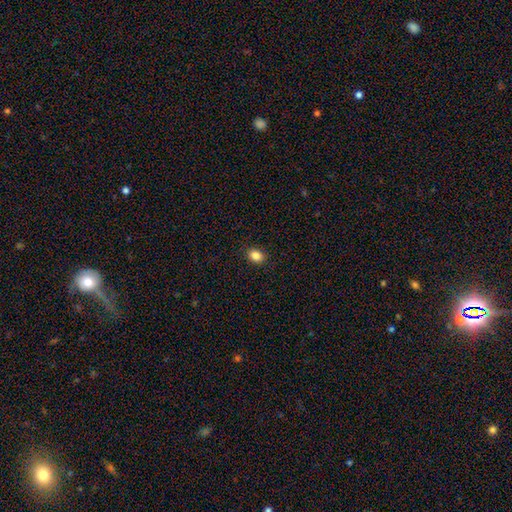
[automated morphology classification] Q: Smooth or featured?
A: smooth (86%); runner-up: star or artifact (10%)
Q: How rounded?
A: in between (58%); runner-up: round (41%)
Q: Merging?
A: none (90%); runner-up: minor disturbance (7%)